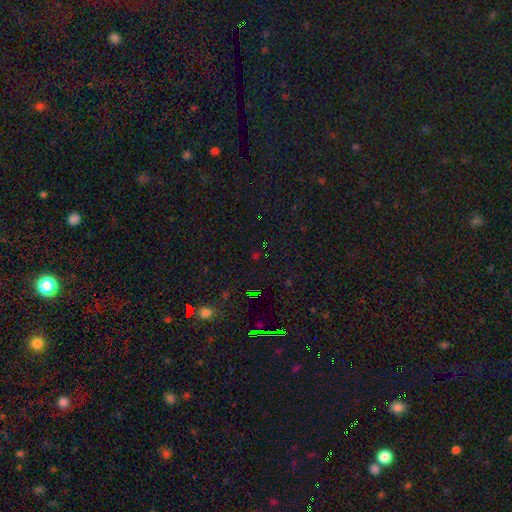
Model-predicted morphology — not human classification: Smooth or featured? star or artifact (73%)